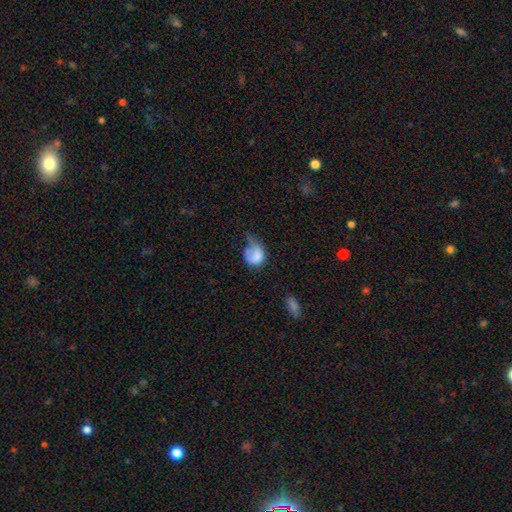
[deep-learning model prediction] smooth_or_featured: smooth (p=0.66) [alt: featured or disk p=0.26]
how_rounded: in between (p=0.53) [alt: round p=0.46]
merging: major disturbance (p=0.47) [alt: minor disturbance p=0.26]